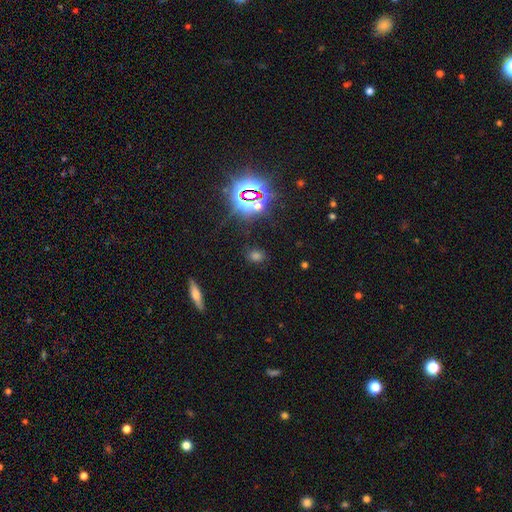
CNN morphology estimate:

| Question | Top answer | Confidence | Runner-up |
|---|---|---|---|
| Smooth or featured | smooth | 54% | star or artifact (39%) |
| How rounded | in between | 57% | round (40%) |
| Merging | none | 82% | minor disturbance (11%) |